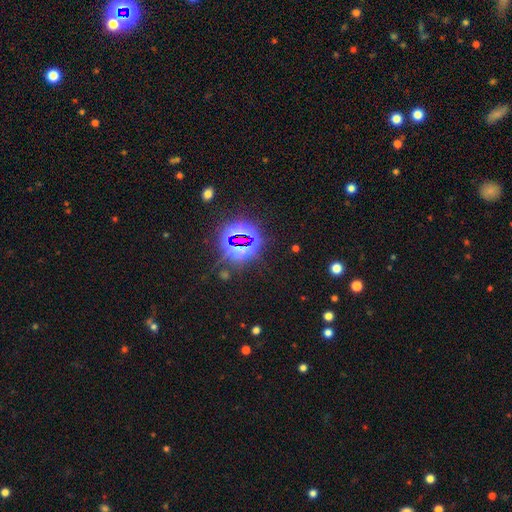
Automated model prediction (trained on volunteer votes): A star or artifact, not a galaxy (81%).